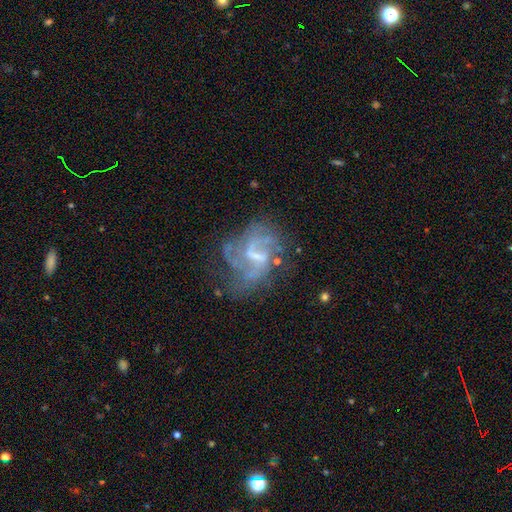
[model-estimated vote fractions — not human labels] Morphology: type=featured or disk (80%); edge-on=no (98%); bar=weak (54%); spiral arms=yes (82%); winding=medium (41%); arm count=2 (35%); bulge=small (43%); merging=none (45%).